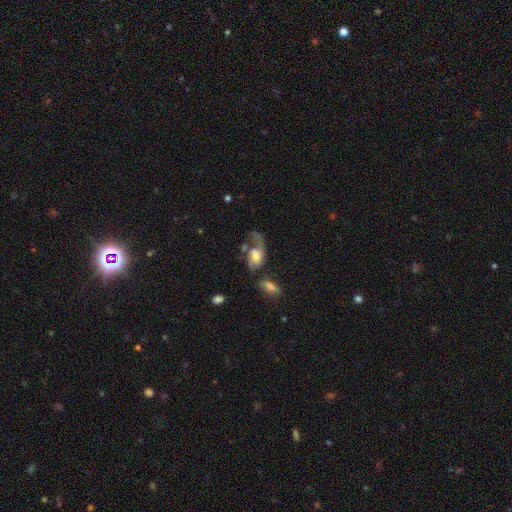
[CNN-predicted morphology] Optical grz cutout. It shows a featured or disk galaxy (54%) with no bar (65%), spiral arms (76%) and a moderate central bulge (45%). Merging: major disturbance (41%).